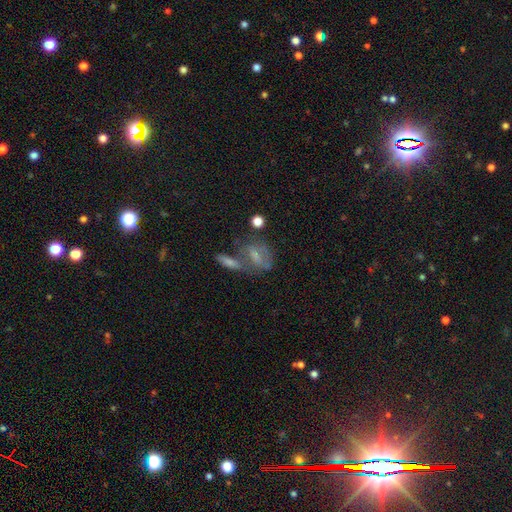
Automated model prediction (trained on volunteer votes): The model was most divided on "merging" (2-way tie): none: 37%, merger: 37%, minor disturbance: 15%, major disturbance: 11%. Remaining: smooth or featured — smooth (46%).